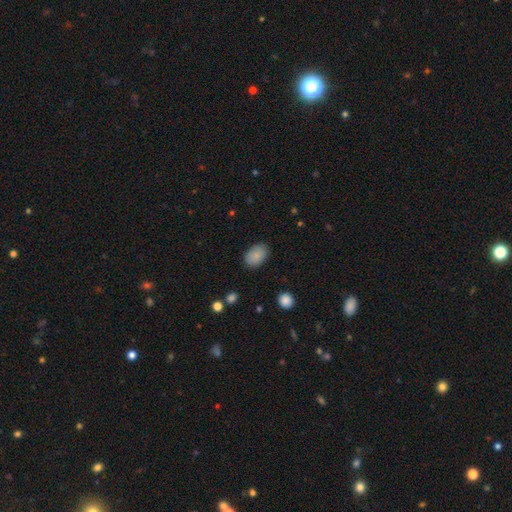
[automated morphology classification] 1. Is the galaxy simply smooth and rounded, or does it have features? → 87% smooth, 7% star or artifact, 6% featured or disk.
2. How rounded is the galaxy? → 85% in between, 14% round, 1% cigar-shaped.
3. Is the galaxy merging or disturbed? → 84% none, 12% minor disturbance, 3% major disturbance, 1% merger.